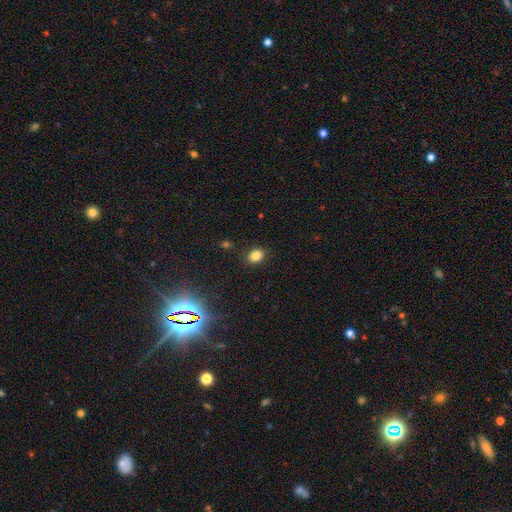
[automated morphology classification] This is clearly a smooth galaxy (81%). How rounded: likely in between (60%). Merging: clearly none (86%).